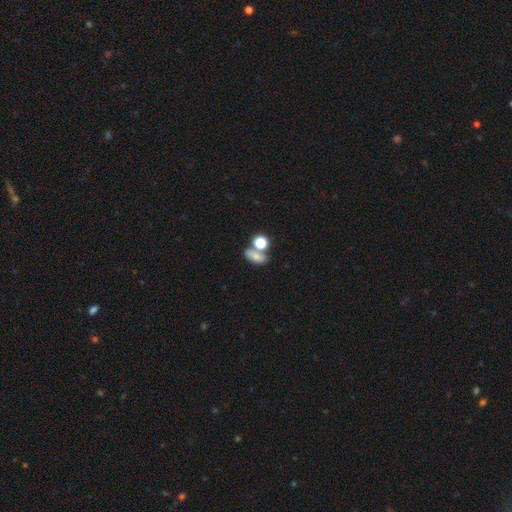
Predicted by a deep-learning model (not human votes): The model was most divided on "merging": none: 44%, merger: 38%, minor disturbance: 12%, major disturbance: 7%. More confident: smooth or featured — smooth (74%); how rounded — in between (65%).